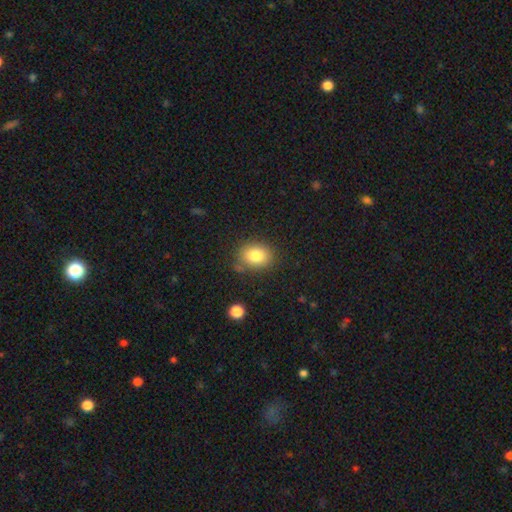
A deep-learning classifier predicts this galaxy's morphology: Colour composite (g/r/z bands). It shows a smooth galaxy with no disk features (82%) that is in between round and cigar-shaped (53%). Merging: none (78%).